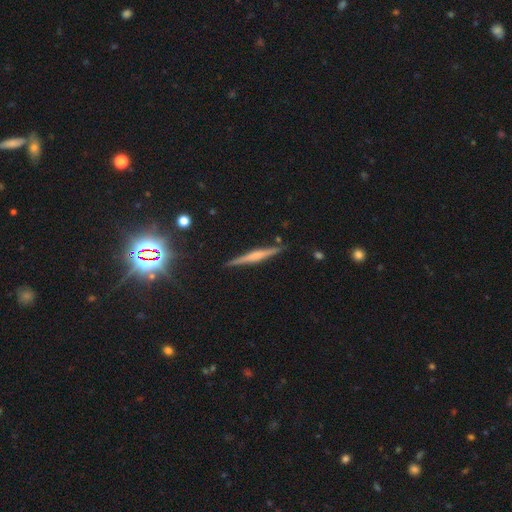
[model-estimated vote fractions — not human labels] Smooth or featured? Predicted: featured or disk (p=0.64). Edge-on disk? Predicted: yes (p=0.98). Edge-on bulge? Predicted: rounded (p=0.49). Merging? Predicted: none (p=0.90).